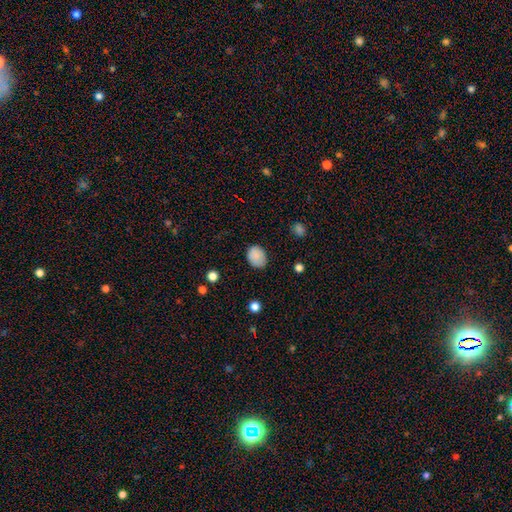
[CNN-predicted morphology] This is clearly a smooth galaxy (87%). How rounded: possibly in between (55%). Merging: likely none (78%).